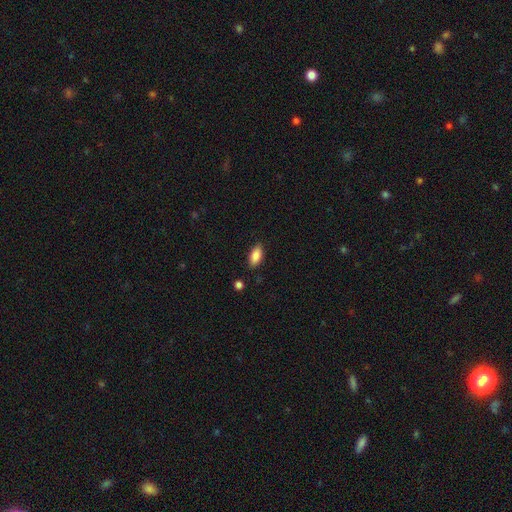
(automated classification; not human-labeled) Overall: smooth (87%). How rounded: in between (90%). Merging: none (86%).